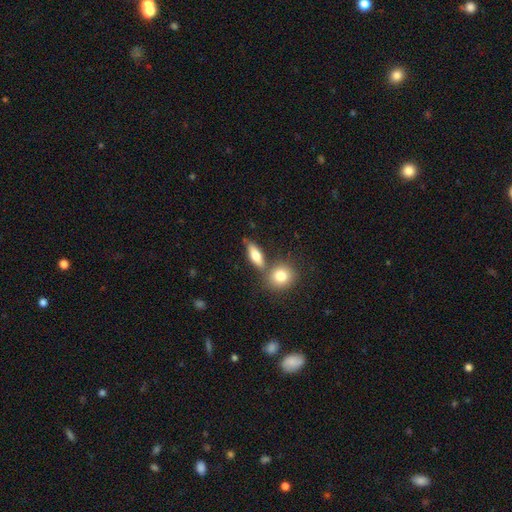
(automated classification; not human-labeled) smooth 72%, featured or disk 20%, star or artifact 8%. Down the decision tree: how rounded — in between (64%); merging — none (63%).